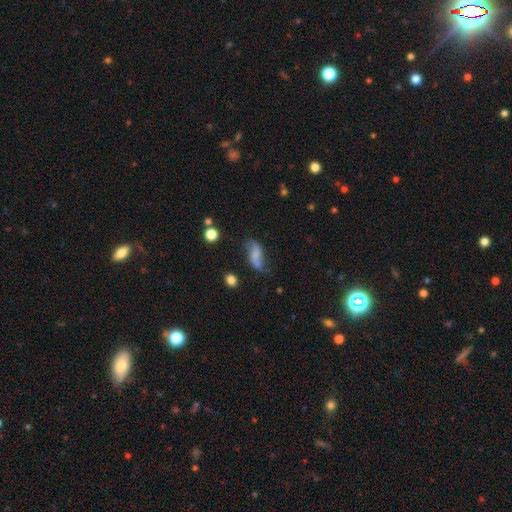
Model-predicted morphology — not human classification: A featured or disk galaxy (45%).

Vote fractions:
- Smooth or featured? featured or disk: 45% / smooth: 44% / star or artifact: 11%
- Merging? none: 54% / minor disturbance: 27% / major disturbance: 13% / merger: 6%